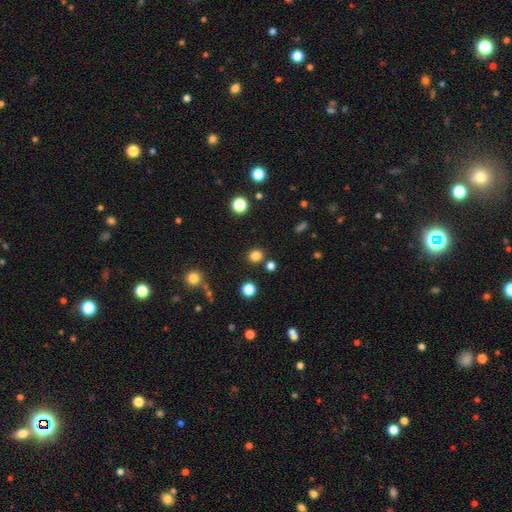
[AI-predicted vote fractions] smooth-or-featured: smooth: 81% | star or artifact: 15% | featured or disk: 4%
  how-rounded: round: 86% | in between: 13% | cigar-shaped: 1%
  merging: none: 85% | minor disturbance: 7% | merger: 5% | major disturbance: 3%